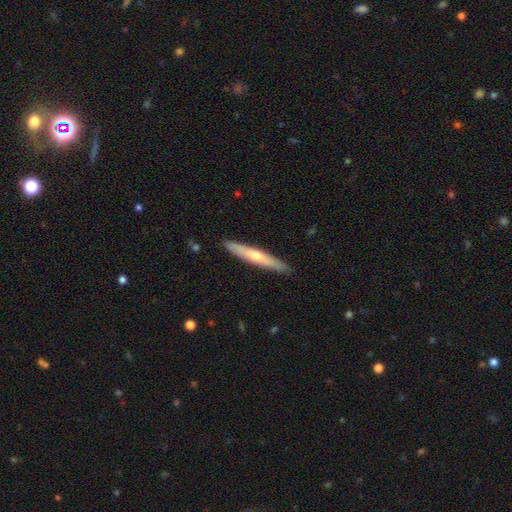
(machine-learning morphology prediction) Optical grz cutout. It shows a featured or disk galaxy (50%). Merging: none (91%).